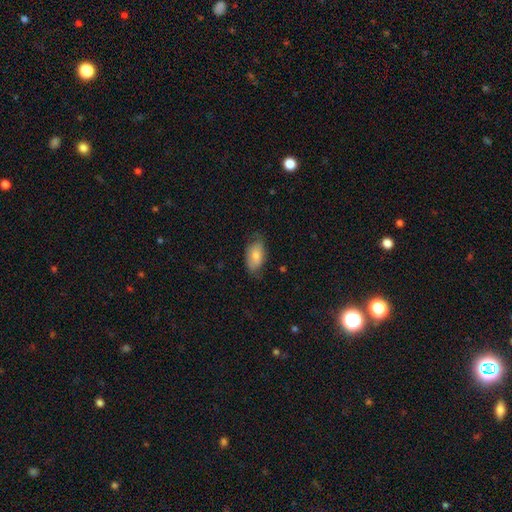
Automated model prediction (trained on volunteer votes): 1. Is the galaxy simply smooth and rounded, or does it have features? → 77% smooth, 16% featured or disk, 6% star or artifact.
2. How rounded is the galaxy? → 93% in between, 4% round, 3% cigar-shaped.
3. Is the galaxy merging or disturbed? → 66% none, 26% minor disturbance, 7% major disturbance, 1% merger.